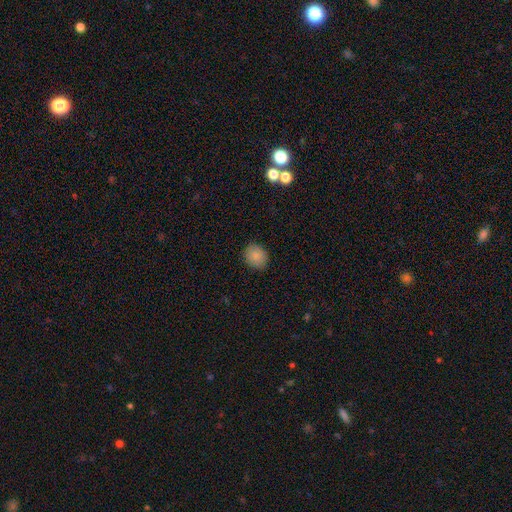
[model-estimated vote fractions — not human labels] This appears to be a smooth galaxy with no disk features (85%) that is round (65%). Merging: none (88%).